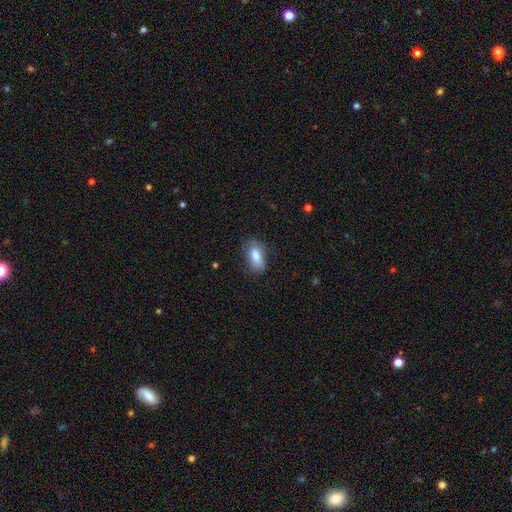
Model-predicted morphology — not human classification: This appears to be a smooth galaxy with no disk features (78%) that is in between round and cigar-shaped (87%). Merging: none (69%).